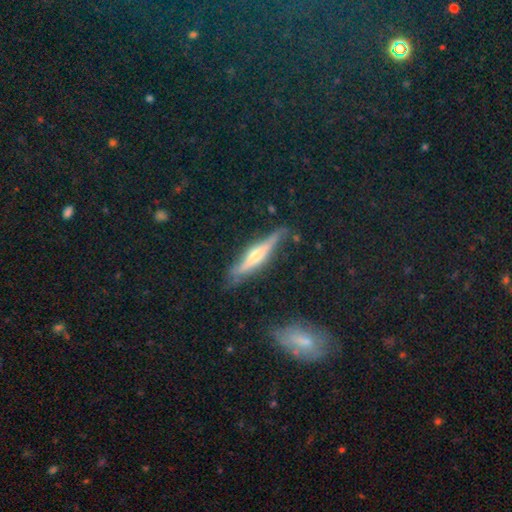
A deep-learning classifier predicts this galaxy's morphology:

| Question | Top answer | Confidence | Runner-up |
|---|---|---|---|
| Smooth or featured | featured or disk | 69% | smooth (22%) |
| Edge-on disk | yes | 93% | no (7%) |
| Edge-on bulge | rounded | 80% | boxy (10%) |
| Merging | none | 78% | minor disturbance (15%) |